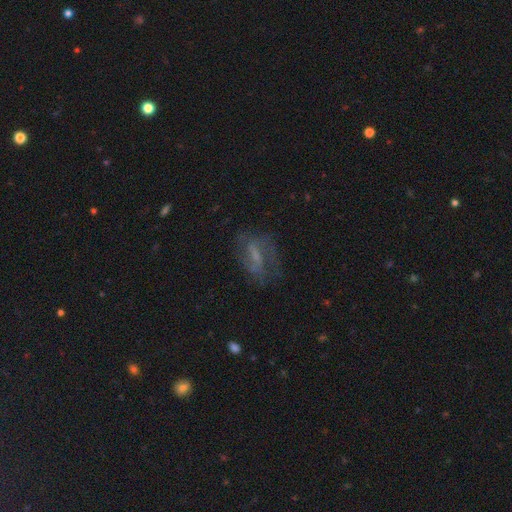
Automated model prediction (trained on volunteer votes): Smooth or featured: featured or disk — 62% (smooth — 25%)
Edge-on disk: no — 92% (yes — 8%)
Bar: weak — 42% (strong — 35%)
Spiral arms: yes — 78% (no — 22%)
Bulge size: none — 44% (small — 30%)
Merging: none — 61% (minor disturbance — 20%)